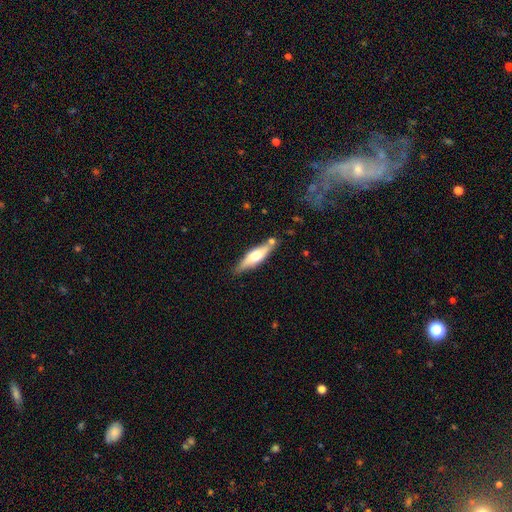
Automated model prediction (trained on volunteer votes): This is possibly a featured or disk galaxy (48%). Merging: likely none (74%).